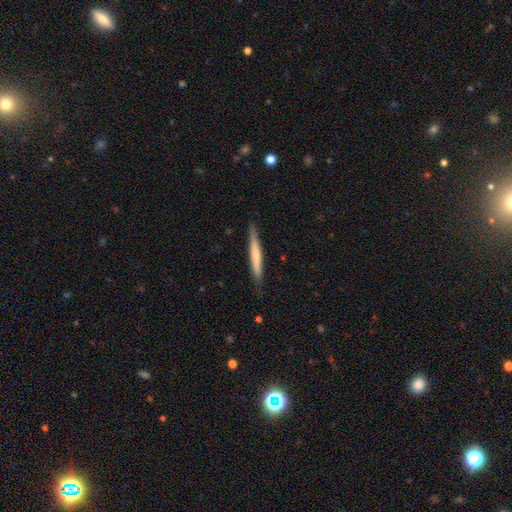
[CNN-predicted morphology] A smooth galaxy with no disk features (59%) that is cigar-shaped (96%). Merging: none (86%).